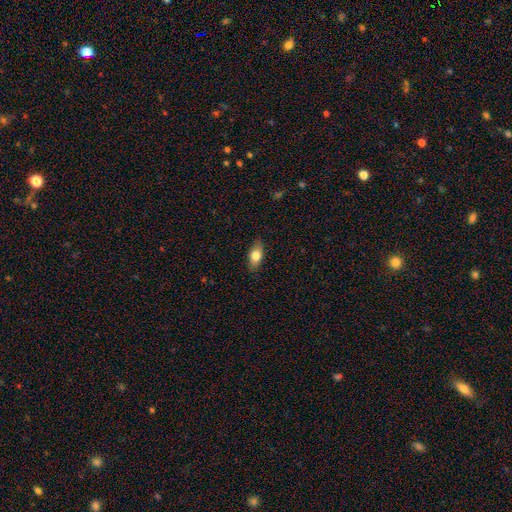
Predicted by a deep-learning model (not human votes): Q: Smooth or featured?
A: smooth (77%); runner-up: featured or disk (17%)
Q: How rounded?
A: in between (85%); runner-up: cigar-shaped (10%)
Q: Merging?
A: none (86%); runner-up: minor disturbance (11%)